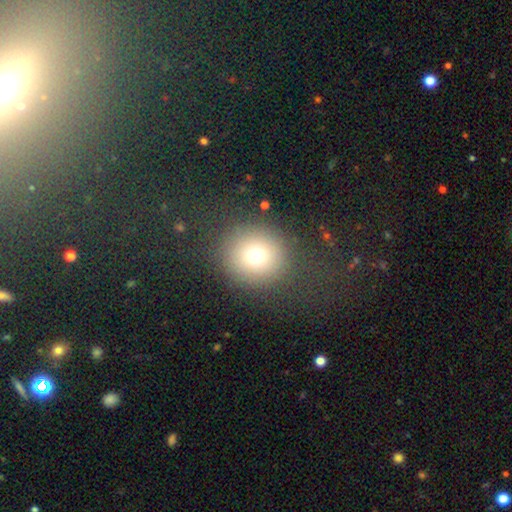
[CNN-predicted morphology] A smooth galaxy with no disk features (73%) that is round (90%).

Vote fractions:
- Smooth or featured? smooth: 73% / star or artifact: 16% / featured or disk: 11%
- How rounded? round: 90% / in between: 9% / cigar-shaped: 1%
- Merging? none: 82% / minor disturbance: 9% / major disturbance: 8% / merger: 2%